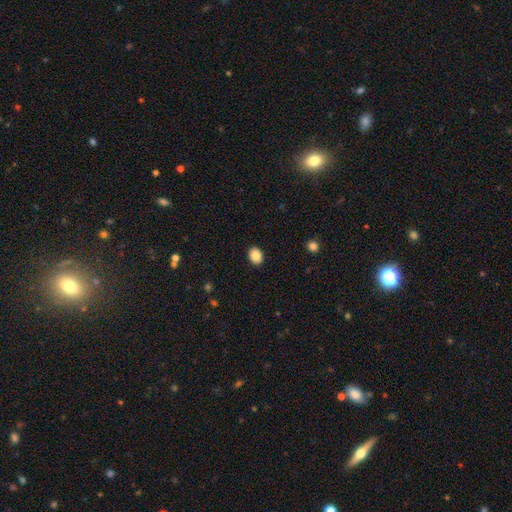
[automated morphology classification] A smooth galaxy with no disk features (87%) that is in between round and cigar-shaped (64%). Merging: none (90%).